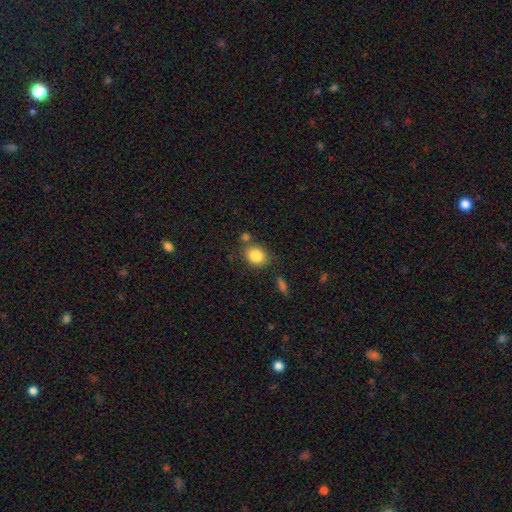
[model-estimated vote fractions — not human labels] smooth-or-featured: smooth: 85% | star or artifact: 9% | featured or disk: 6%
  how-rounded: round: 55% | in between: 44% | cigar-shaped: 1%
  merging: none: 70% | minor disturbance: 14% | merger: 11% | major disturbance: 5%